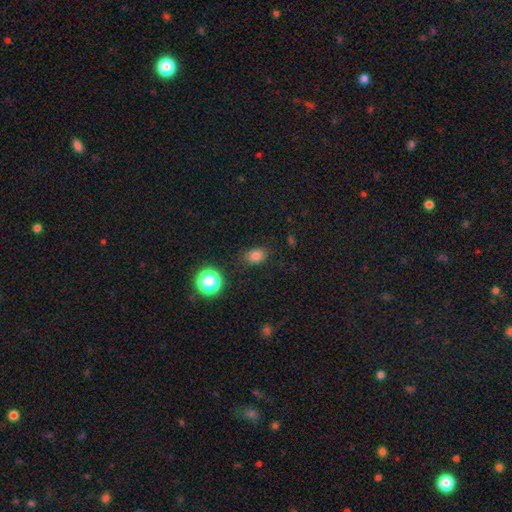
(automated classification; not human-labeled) A smooth galaxy with no disk features (79%) that is in between round and cigar-shaped (70%).

Vote fractions:
- Smooth or featured? smooth: 79% / star or artifact: 16% / featured or disk: 6%
- How rounded? in between: 70% / round: 28% / cigar-shaped: 1%
- Merging? none: 82% / minor disturbance: 13% / major disturbance: 4% / merger: 2%